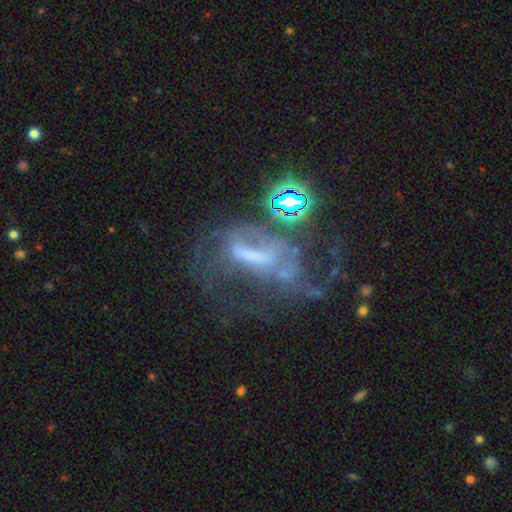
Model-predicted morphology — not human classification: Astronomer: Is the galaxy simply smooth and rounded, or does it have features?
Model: featured or disk — 64%.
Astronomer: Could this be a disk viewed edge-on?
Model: no — 91%.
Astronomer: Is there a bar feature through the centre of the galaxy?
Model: strong — 36% (runner-up: no, 33%).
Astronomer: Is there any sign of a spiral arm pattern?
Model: yes — 51% (runner-up: no, 49%).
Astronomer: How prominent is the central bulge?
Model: none — 41% (runner-up: moderate, 26%).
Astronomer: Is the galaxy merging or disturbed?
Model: major disturbance — 42% (runner-up: none, 31%).